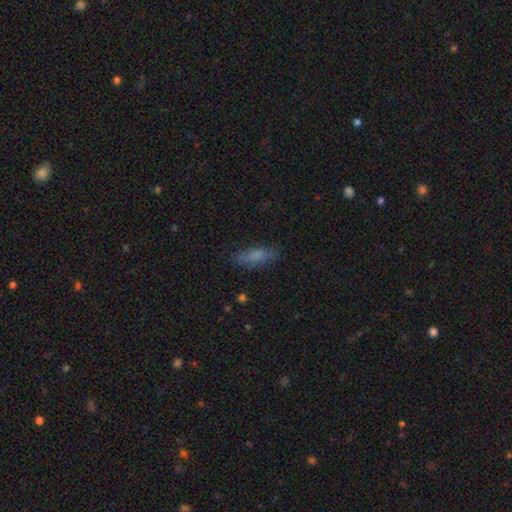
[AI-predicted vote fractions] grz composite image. It shows a smooth galaxy with no disk features (75%) that is cigar-shaped (53%). Merging: none (78%).